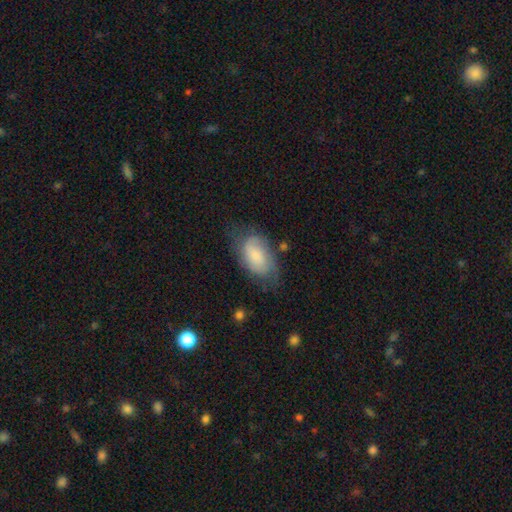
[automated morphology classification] smooth 56%, featured or disk 36%, star or artifact 8%. Down the decision tree: how rounded — in between (93%); merging — none (52%).